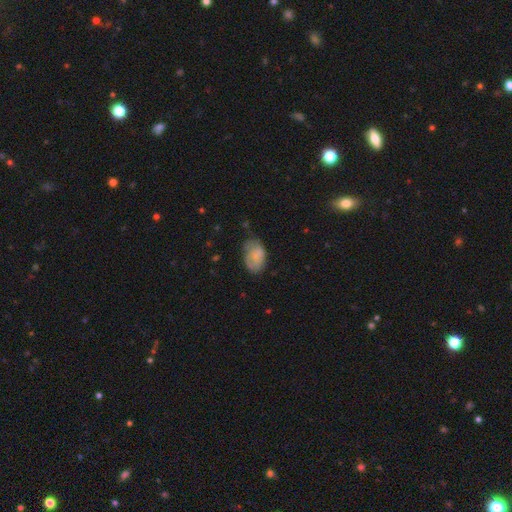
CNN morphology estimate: The model was most divided on "merging": none: 51%, minor disturbance: 33%, major disturbance: 14%, merger: 2%. More confident: how rounded — in between (88%); smooth or featured — smooth (65%).